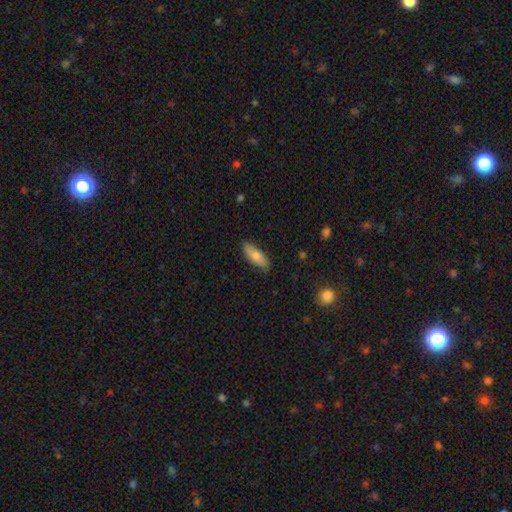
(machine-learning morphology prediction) smooth 74%, featured or disk 20%, star or artifact 6%. Down the decision tree: how rounded — in between (68%); merging — none (81%).